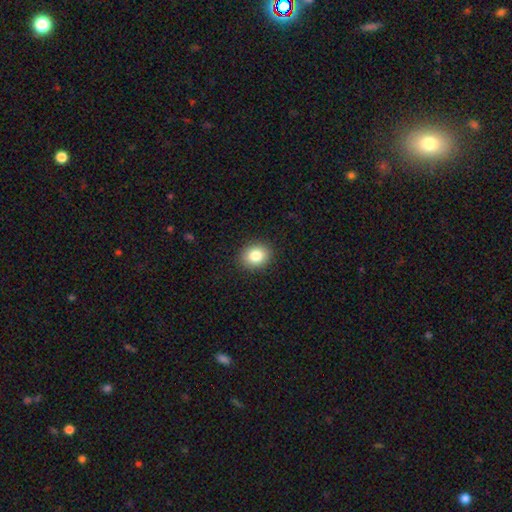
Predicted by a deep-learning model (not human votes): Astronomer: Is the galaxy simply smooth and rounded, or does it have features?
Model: smooth — 83%.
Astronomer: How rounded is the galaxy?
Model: round — 63%.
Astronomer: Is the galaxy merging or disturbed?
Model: none — 91%.